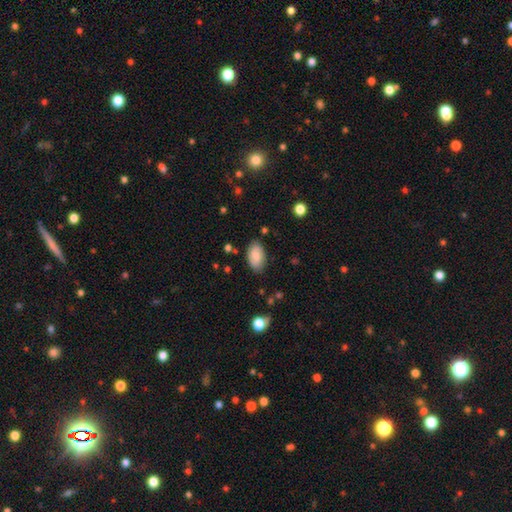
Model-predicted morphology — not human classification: A smooth galaxy with no disk features (79%) that is in between round and cigar-shaped (94%).

Vote fractions:
- Smooth or featured? smooth: 79% / featured or disk: 14% / star or artifact: 7%
- How rounded? in between: 94% / round: 5% / cigar-shaped: 2%
- Merging? none: 81% / minor disturbance: 14% / major disturbance: 3% / merger: 2%